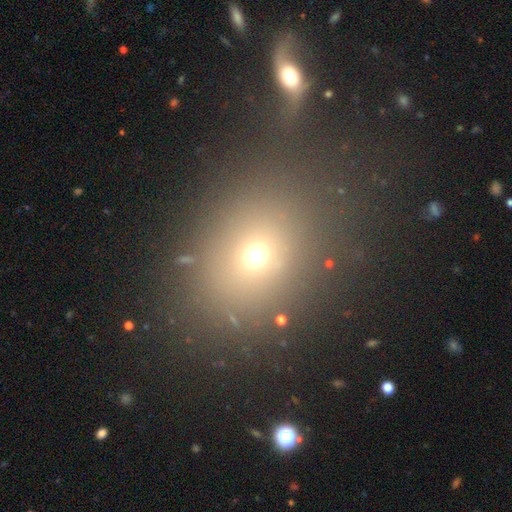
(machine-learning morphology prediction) Overall: smooth (65%). How rounded: round (57%; in between 42%). Merging: none (72%).